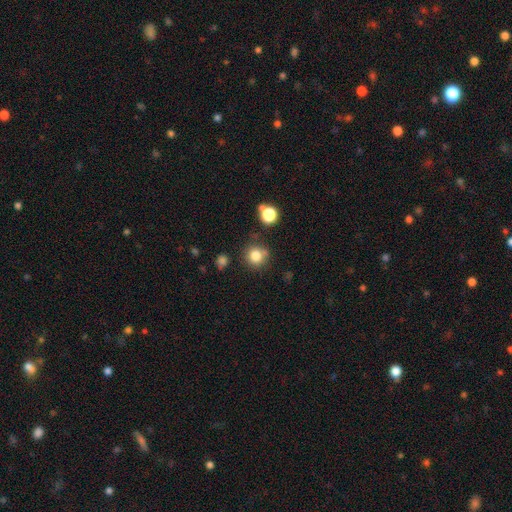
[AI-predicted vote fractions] Smooth or featured?
  - smooth: 80% *
  - star or artifact: 13%
  - featured or disk: 7%
How rounded?
  - round: 91% *
  - in between: 8%
  - cigar-shaped: 1%
Merging?
  - none: 76% *
  - minor disturbance: 12%
  - merger: 8%
  - major disturbance: 4%